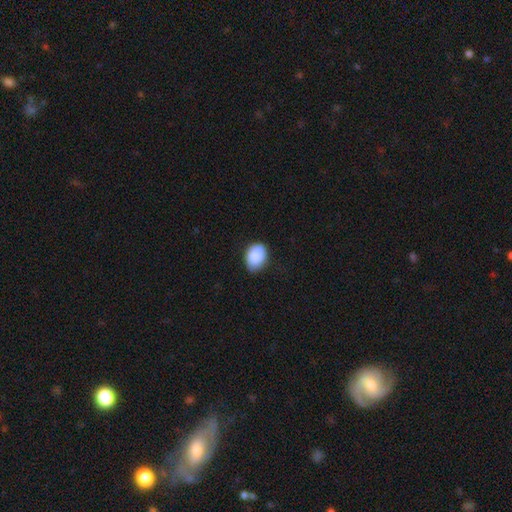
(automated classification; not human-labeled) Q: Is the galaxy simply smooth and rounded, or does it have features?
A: smooth — 89%.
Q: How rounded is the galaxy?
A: in between — 69%.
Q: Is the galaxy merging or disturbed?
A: none — 73%.